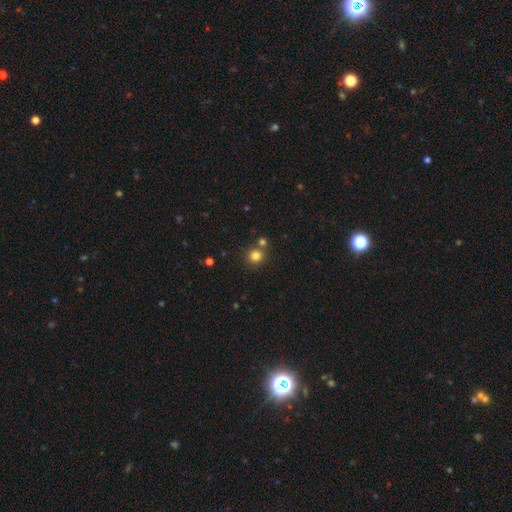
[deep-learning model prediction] smooth-or-featured: smooth: 81% | star or artifact: 13% | featured or disk: 6%
  how-rounded: round: 88% | in between: 11% | cigar-shaped: 1%
  merging: none: 72% | merger: 18% | minor disturbance: 8% | major disturbance: 3%